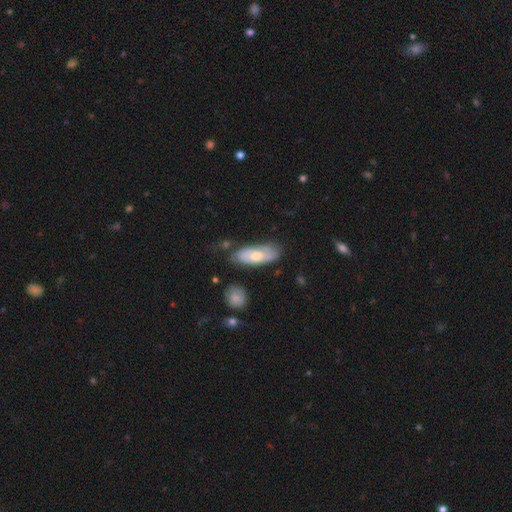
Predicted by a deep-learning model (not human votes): This is possibly a smooth galaxy (54%). How rounded: likely in between (79%). Merging: likely none (62%).